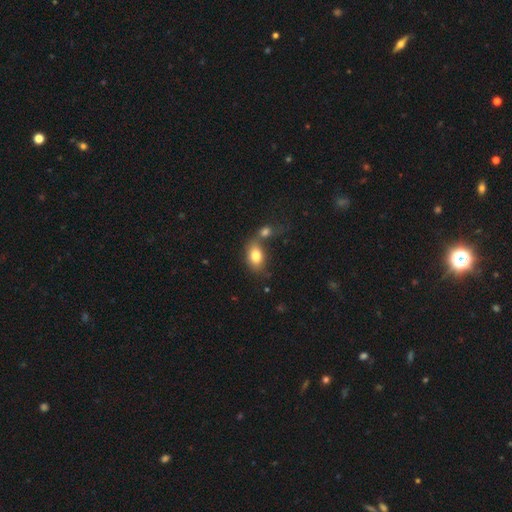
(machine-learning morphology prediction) Smooth or featured: smooth — 80% (featured or disk — 12%)
How rounded: in between — 84% (round — 14%)
Merging: none — 43% (merger — 38%)